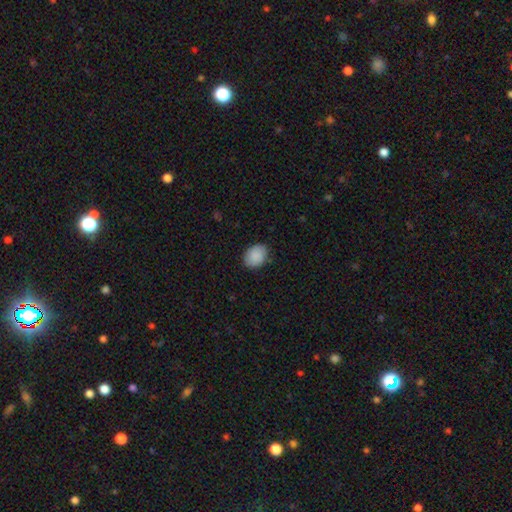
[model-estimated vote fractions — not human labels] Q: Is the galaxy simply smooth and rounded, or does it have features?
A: smooth — 89%.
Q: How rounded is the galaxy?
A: in between — 66%.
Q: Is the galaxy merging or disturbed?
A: none — 83%.